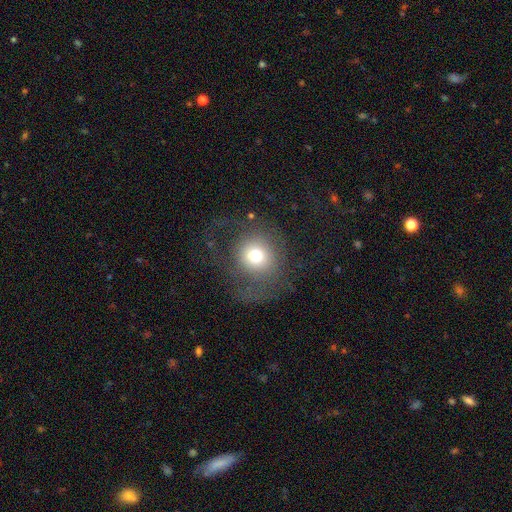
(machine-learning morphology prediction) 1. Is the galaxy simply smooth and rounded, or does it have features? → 62% smooth, 25% featured or disk, 13% star or artifact.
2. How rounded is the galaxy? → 89% round, 10% in between, 1% cigar-shaped.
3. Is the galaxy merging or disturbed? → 54% none, 30% major disturbance, 14% minor disturbance, 2% merger.